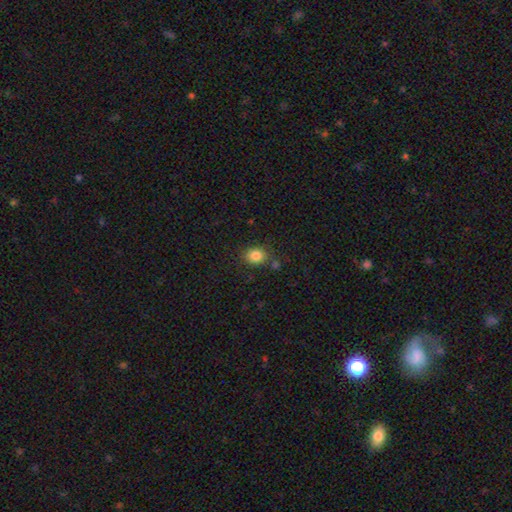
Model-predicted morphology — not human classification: smooth 84%, star or artifact 10%, featured or disk 6%. Down the decision tree: how rounded — round (57%); merging — none (78%).